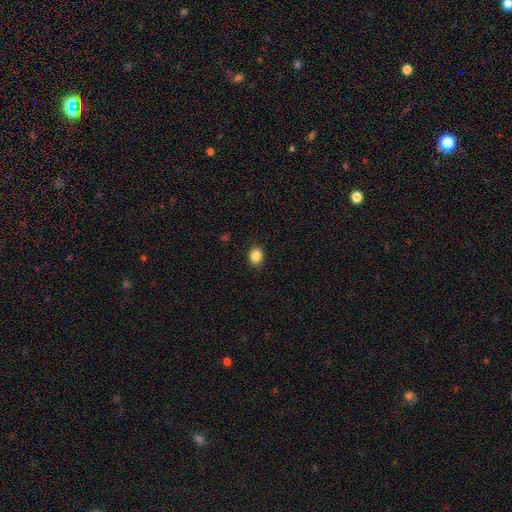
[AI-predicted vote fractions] A smooth galaxy with no disk features (88%) that is in between round and cigar-shaped (52%).

Vote fractions:
- Smooth or featured? smooth: 88% / star or artifact: 9% / featured or disk: 3%
- How rounded? in between: 52% / round: 47% / cigar-shaped: 1%
- Merging? none: 89% / minor disturbance: 8% / major disturbance: 2% / merger: 1%